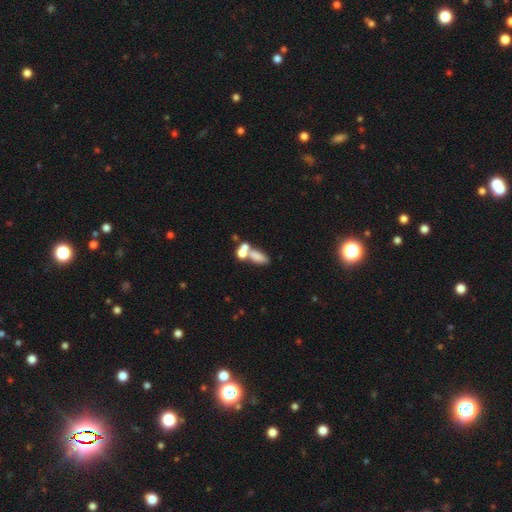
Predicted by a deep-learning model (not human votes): The model was most divided on "merging": merger: 49%, none: 33%, minor disturbance: 10%, major disturbance: 8%. More confident: how rounded — in between (71%); smooth or featured — smooth (67%).